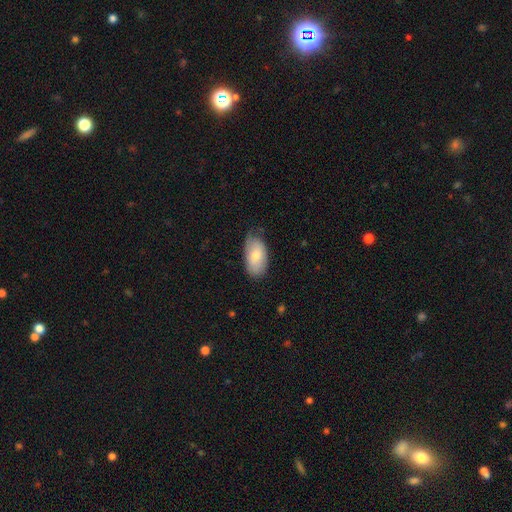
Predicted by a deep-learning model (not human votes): This appears to be a smooth galaxy with no disk features (77%) that is in between round and cigar-shaped (94%). Merging: none (66%).